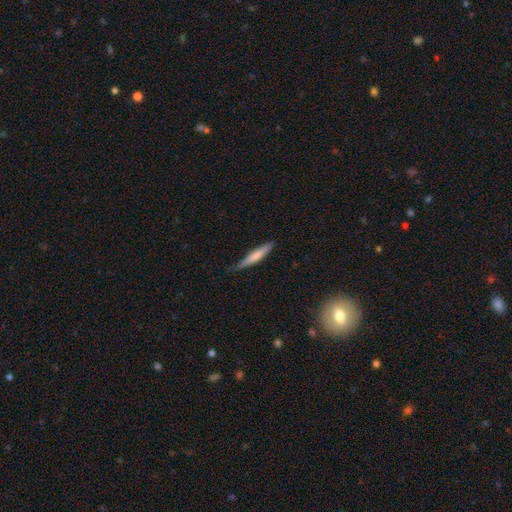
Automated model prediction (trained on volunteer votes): smooth 67%, featured or disk 27%, star or artifact 5%. Down the decision tree: how rounded — cigar-shaped (92%); merging — none (74%).